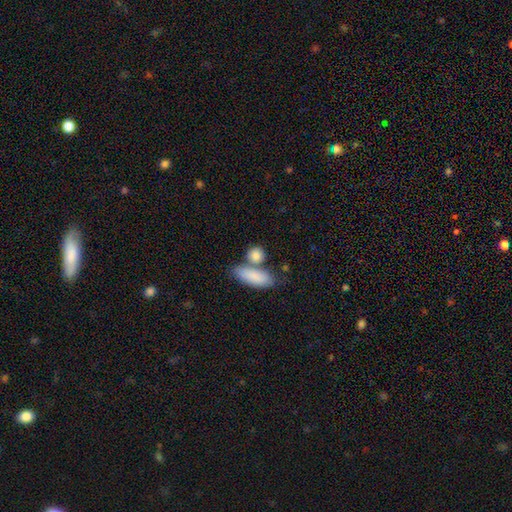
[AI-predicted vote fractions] Smooth or featured: smooth — 86% (featured or disk — 8%)
How rounded: in between — 46% (round — 43%)
Merging: none — 59% (merger — 25%)